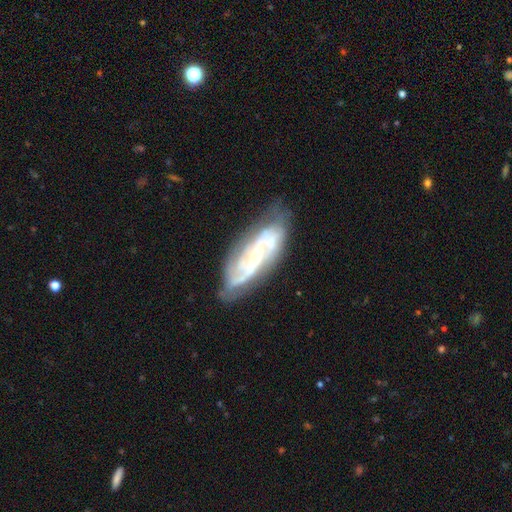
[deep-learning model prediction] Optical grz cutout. It shows a featured or disk galaxy (83%) with no bar (39%), 2 (45%) tight (43%) spiral arms (94%) and a small central bulge (57%). Merging: none (69%).